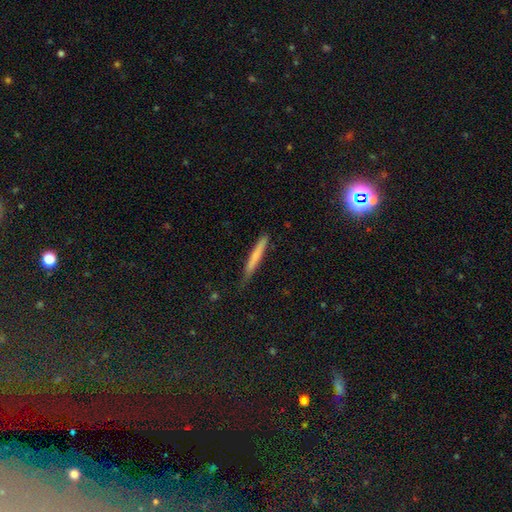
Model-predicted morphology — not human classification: Smooth or featured: smooth — 68% (featured or disk — 25%)
How rounded: cigar-shaped — 96% (in between — 3%)
Merging: none — 78% (minor disturbance — 17%)